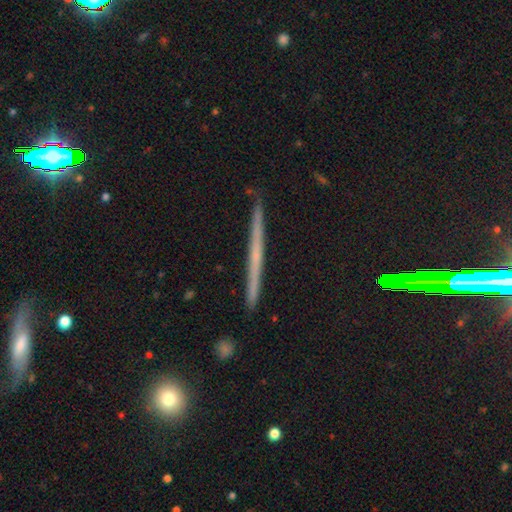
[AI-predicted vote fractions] featured or disk 64%, smooth 25%, star or artifact 11%. Down the decision tree: edge-on disk — yes (98%); edge-on bulge — none (80%); merging — none (89%).